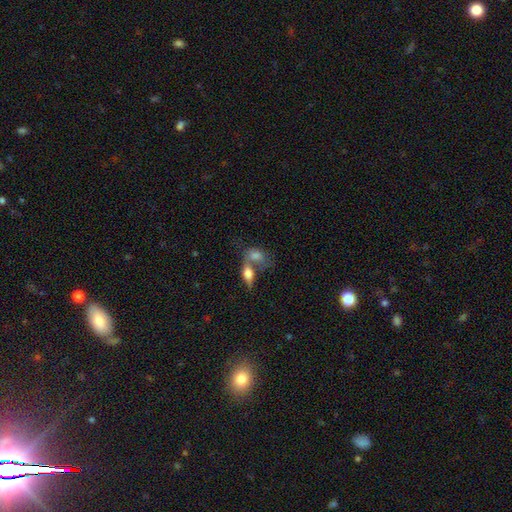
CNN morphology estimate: Overall: smooth (71%). How rounded: in between (80%). Merging: merger (56%; none 27%).